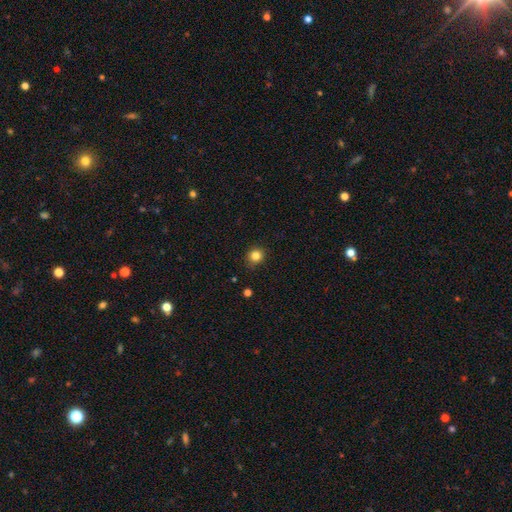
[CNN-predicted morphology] type=smooth (83%); roundness=round (88%); merging=none (87%).